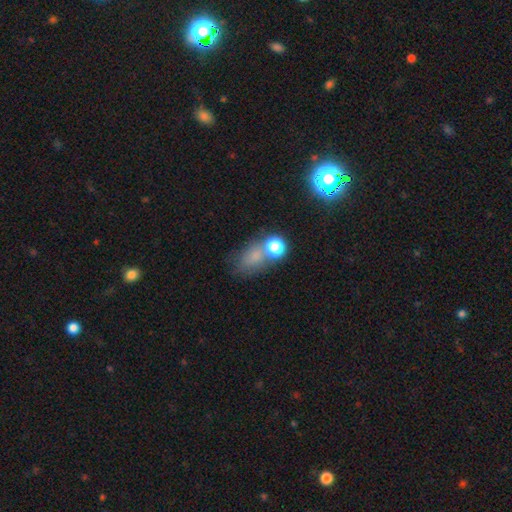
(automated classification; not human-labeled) Smooth or featured?
  - smooth: 68% *
  - star or artifact: 22%
  - featured or disk: 11%
How rounded?
  - in between: 63% *
  - round: 34%
  - cigar-shaped: 3%
Merging?
  - none: 45% *
  - merger: 27%
  - minor disturbance: 16%
  - major disturbance: 12%